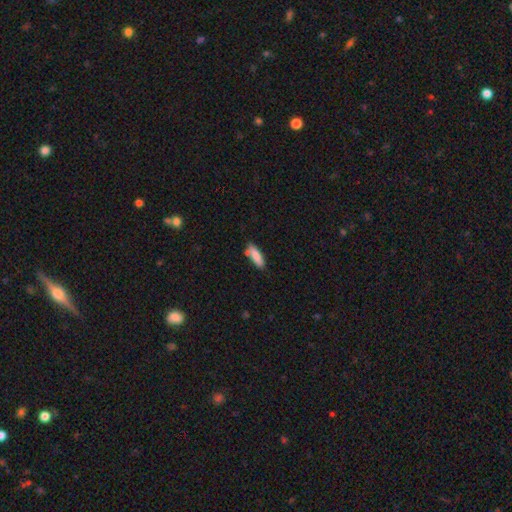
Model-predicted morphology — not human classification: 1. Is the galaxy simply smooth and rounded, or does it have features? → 85% smooth, 9% featured or disk, 7% star or artifact.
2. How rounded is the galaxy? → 50% in between, 48% cigar-shaped, 2% round.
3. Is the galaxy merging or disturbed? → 65% none, 19% minor disturbance, 12% merger, 4% major disturbance.